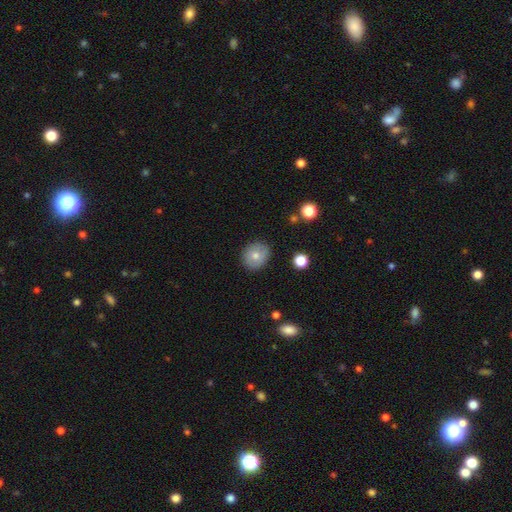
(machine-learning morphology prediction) Smooth or featured? smooth (73%)
How rounded? round (73%)
Merging? none (86%)